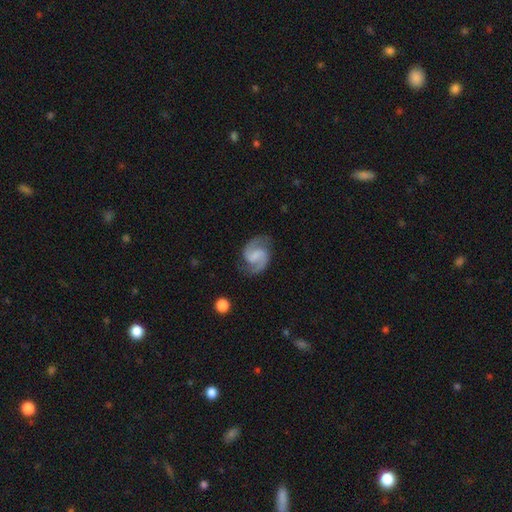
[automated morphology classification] The model was most divided on "bar": weak: 51%, no: 25%, strong: 23%. More confident: edge-on disk — no (98%); spiral arms — yes (98%); spiral arm count — 2 (94%); smooth or featured — featured or disk (89%); merging — none (82%); spiral winding — medium (60%); bulge size — none (53%).